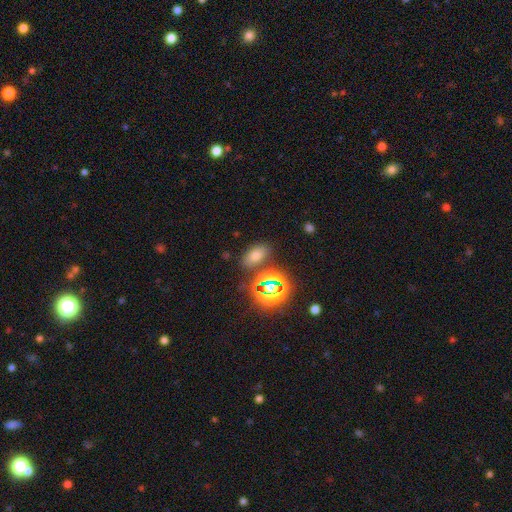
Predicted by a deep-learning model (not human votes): A smooth galaxy with no disk features (60%) that is in between round and cigar-shaped (84%). Merging: none (80%).